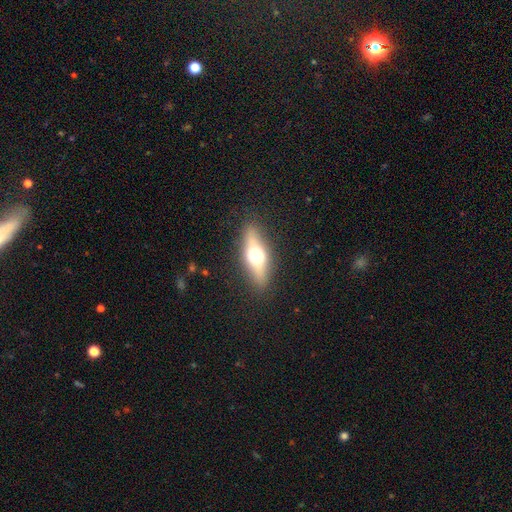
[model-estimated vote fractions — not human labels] This is possibly a featured or disk galaxy (49%). Merging: clearly none (87%).